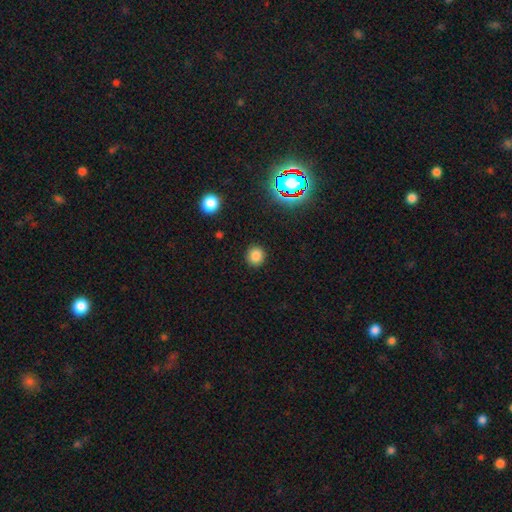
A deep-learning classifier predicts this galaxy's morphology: Smooth or featured?
  - smooth: 82% *
  - star or artifact: 14%
  - featured or disk: 4%
How rounded?
  - round: 90% *
  - in between: 9%
  - cigar-shaped: 1%
Merging?
  - none: 91% *
  - minor disturbance: 6%
  - major disturbance: 2%
  - merger: 1%